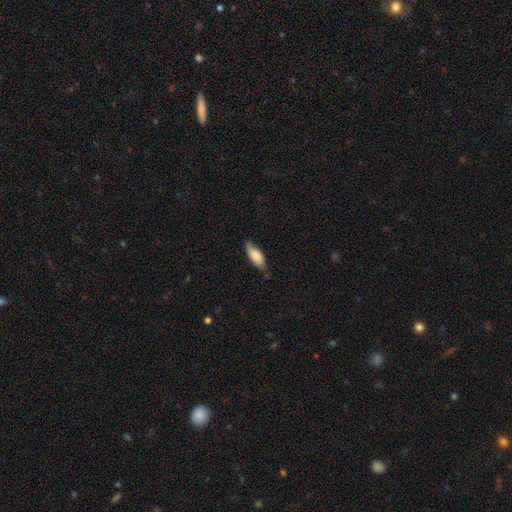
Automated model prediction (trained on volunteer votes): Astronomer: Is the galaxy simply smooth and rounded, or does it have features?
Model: smooth — 75%.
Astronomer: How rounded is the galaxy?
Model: in between — 73%.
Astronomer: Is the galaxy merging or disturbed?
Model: none — 68%.